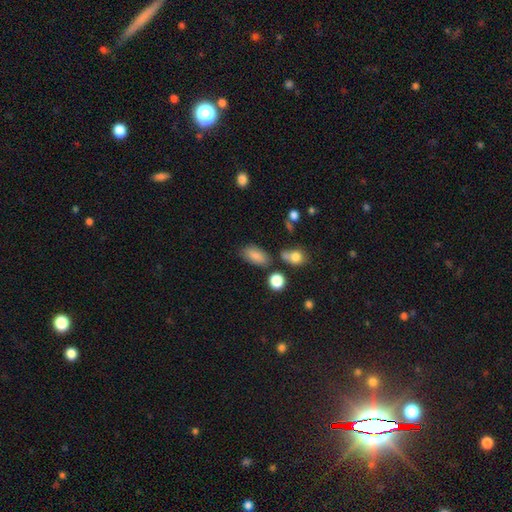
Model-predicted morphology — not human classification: Smooth or featured: smooth — 83% (star or artifact — 9%)
How rounded: in between — 91% (round — 6%)
Merging: none — 71% (minor disturbance — 16%)